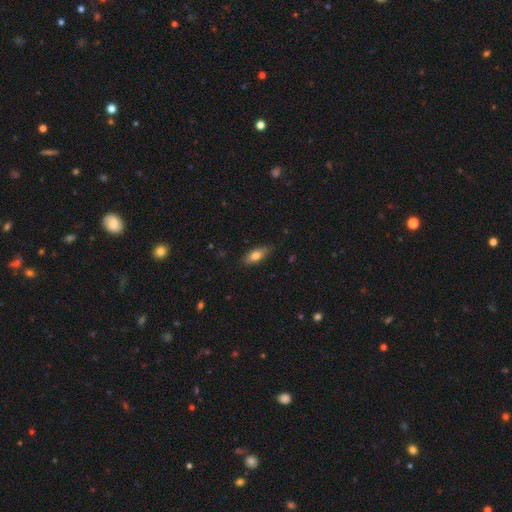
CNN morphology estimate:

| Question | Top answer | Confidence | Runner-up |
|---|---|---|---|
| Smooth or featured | smooth | 74% | featured or disk (19%) |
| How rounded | in between | 73% | cigar-shaped (23%) |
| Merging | none | 79% | minor disturbance (17%) |